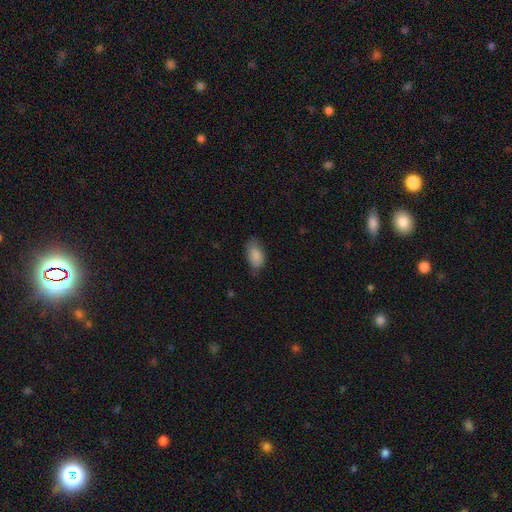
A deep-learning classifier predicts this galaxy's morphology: type=smooth (86%); roundness=in between (93%); merging=none (63%).